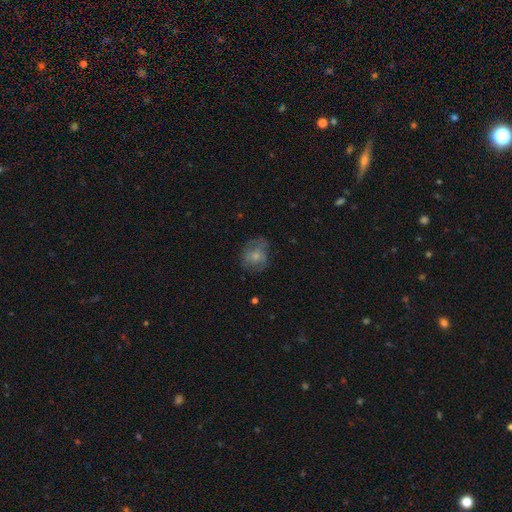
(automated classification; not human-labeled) smooth 54%, featured or disk 36%, star or artifact 9%. Down the decision tree: how rounded — round (69%); merging — none (60%).